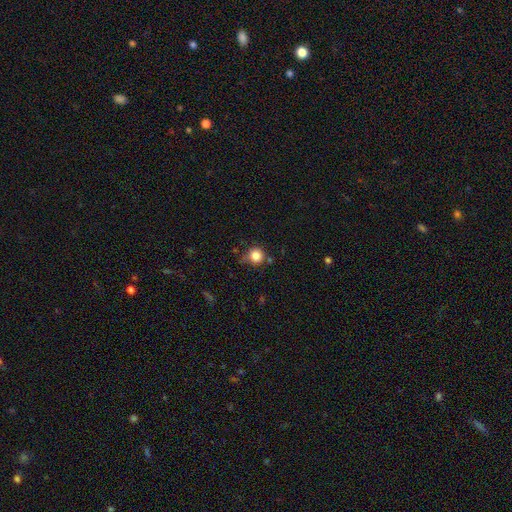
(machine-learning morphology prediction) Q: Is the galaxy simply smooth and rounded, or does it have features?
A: smooth — 84%.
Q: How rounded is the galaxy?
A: round — 92%.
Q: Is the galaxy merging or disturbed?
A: none — 73%.